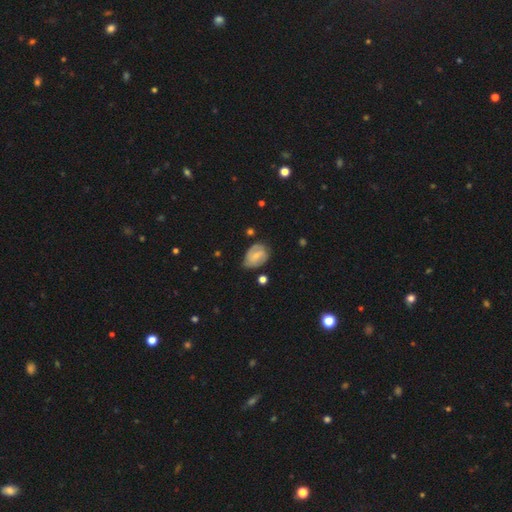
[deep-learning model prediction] Smooth or featured? featured or disk (54%)
Edge-on disk? no (97%)
Bar? weak (47%)
Spiral arms? yes (83%)
Bulge size? small (58%)
Merging? none (61%)